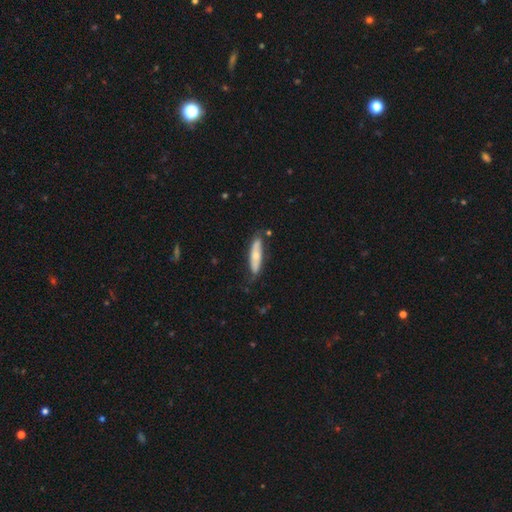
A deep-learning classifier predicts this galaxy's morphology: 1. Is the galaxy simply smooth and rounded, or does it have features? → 58% smooth, 37% featured or disk, 6% star or artifact.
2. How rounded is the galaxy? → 70% cigar-shaped, 28% in between, 2% round.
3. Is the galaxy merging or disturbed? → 72% none, 21% minor disturbance, 4% major disturbance, 3% merger.